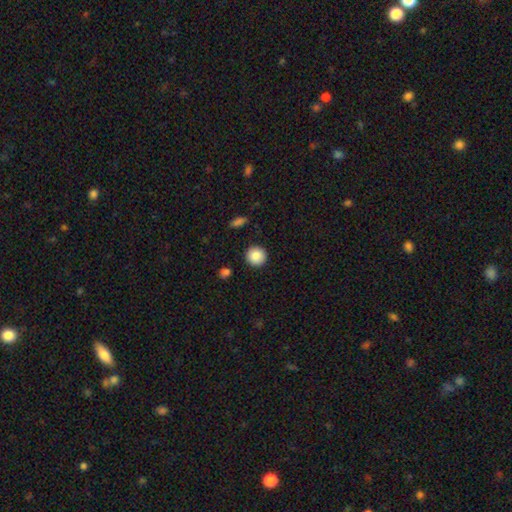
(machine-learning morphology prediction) smooth-or-featured: smooth: 87% | star or artifact: 8% | featured or disk: 5%
  how-rounded: round: 94% | in between: 5% | cigar-shaped: 1%
  merging: none: 92% | minor disturbance: 5% | major disturbance: 2% | merger: 1%